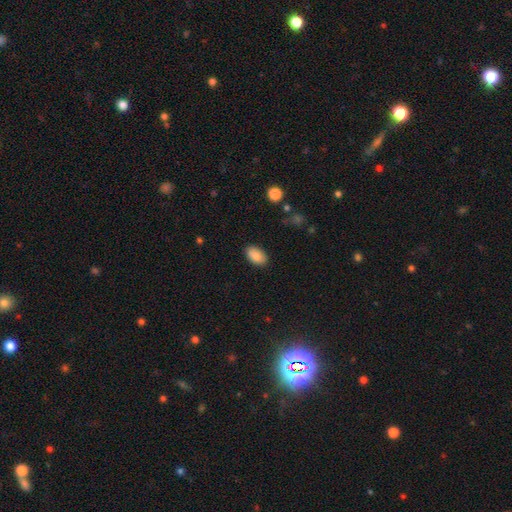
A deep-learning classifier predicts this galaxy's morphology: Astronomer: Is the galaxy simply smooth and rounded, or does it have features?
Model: smooth — 87%.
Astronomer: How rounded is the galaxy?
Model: in between — 92%.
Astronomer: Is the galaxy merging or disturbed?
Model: none — 86%.